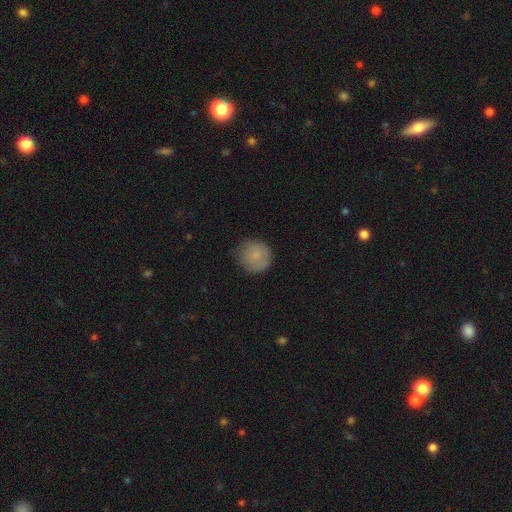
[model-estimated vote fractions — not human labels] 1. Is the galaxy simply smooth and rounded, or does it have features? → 81% smooth, 11% featured or disk, 8% star or artifact.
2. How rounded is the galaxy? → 92% round, 7% in between, 1% cigar-shaped.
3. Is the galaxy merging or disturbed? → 79% none, 16% minor disturbance, 4% major disturbance, 1% merger.